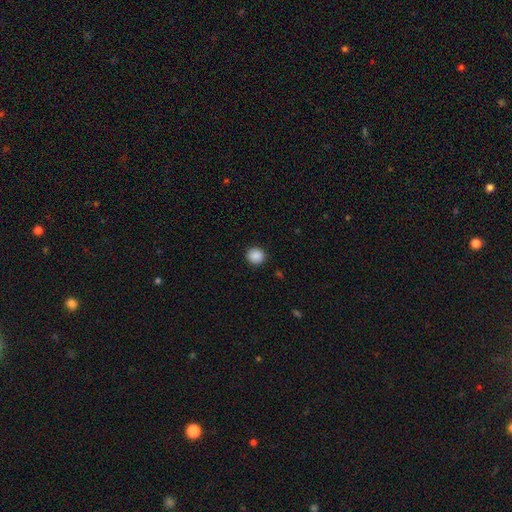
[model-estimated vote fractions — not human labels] A smooth galaxy with no disk features (89%) that is round (90%). Merging: none (92%).